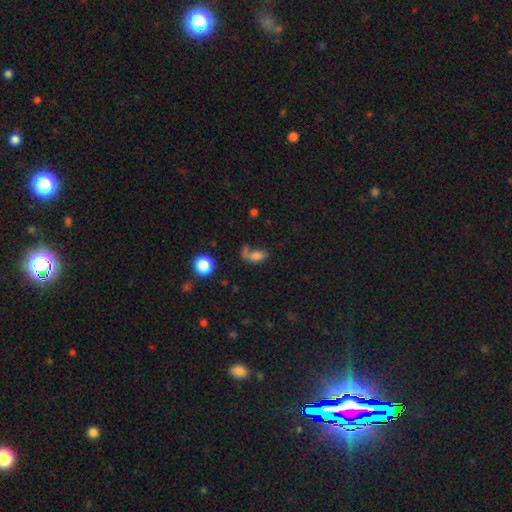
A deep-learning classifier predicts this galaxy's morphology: Smooth or featured?
  - smooth: 66% *
  - featured or disk: 20%
  - star or artifact: 14%
How rounded?
  - in between: 77% *
  - round: 16%
  - cigar-shaped: 7%
Merging?
  - none: 37% *
  - major disturbance: 26%
  - merger: 20%
  - minor disturbance: 17%